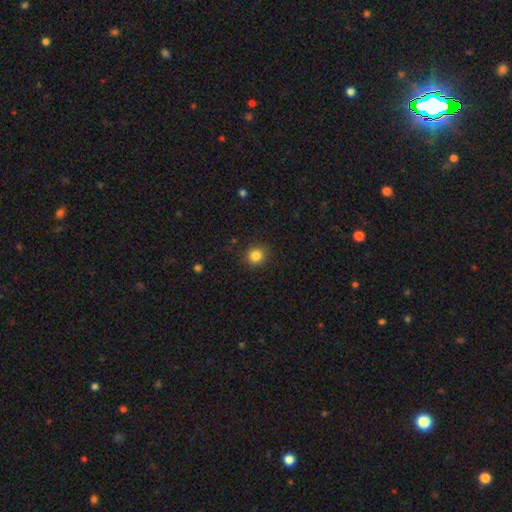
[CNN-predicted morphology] smooth_or_featured: smooth (p=0.84) [alt: star or artifact p=0.11]
how_rounded: round (p=0.90) [alt: in between p=0.09]
merging: none (p=0.89) [alt: minor disturbance p=0.07]